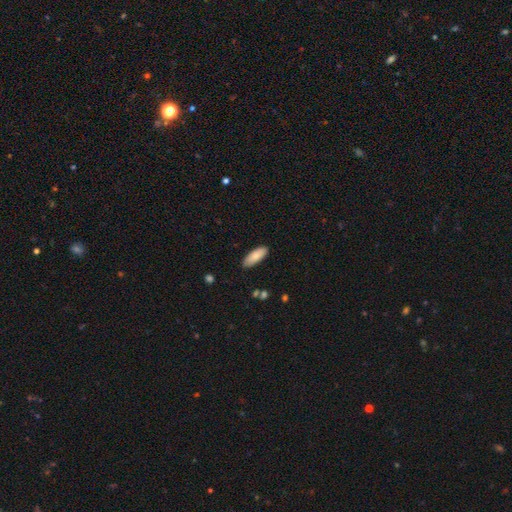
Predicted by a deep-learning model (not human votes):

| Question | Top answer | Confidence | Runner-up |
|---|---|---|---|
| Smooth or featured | smooth | 84% | featured or disk (10%) |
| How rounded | in between | 71% | cigar-shaped (28%) |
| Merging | none | 87% | minor disturbance (10%) |